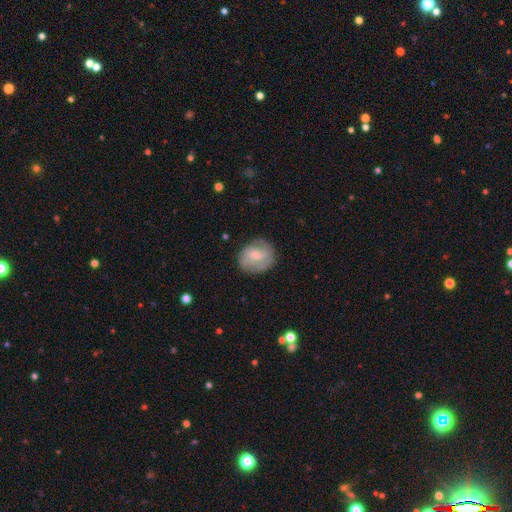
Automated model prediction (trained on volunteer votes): featured or disk 55%, smooth 38%, star or artifact 7%. Down the decision tree: edge-on disk — no (98%); bar — no (46%, tied with weak); spiral arms — yes (86%); bulge size — small (47%); merging — none (76%).